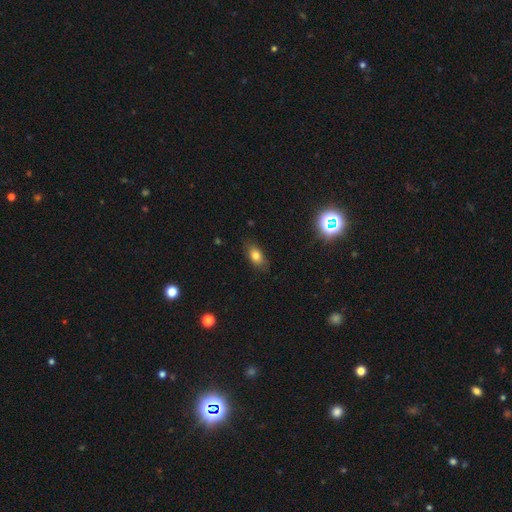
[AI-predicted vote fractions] A smooth galaxy with no disk features (77%) that is in between round and cigar-shaped (85%).

Vote fractions:
- Smooth or featured? smooth: 77% / featured or disk: 12% / star or artifact: 11%
- How rounded? in between: 85% / round: 10% / cigar-shaped: 4%
- Merging? none: 82% / minor disturbance: 14% / major disturbance: 3% / merger: 1%